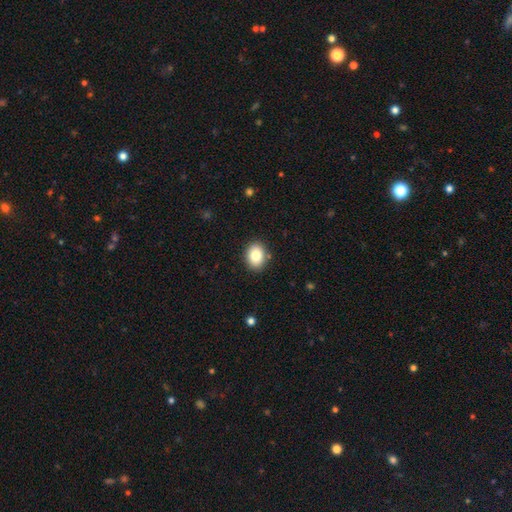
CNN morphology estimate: smooth-or-featured: smooth: 82% | featured or disk: 9% | star or artifact: 9%
  how-rounded: in between: 59% | round: 41% | cigar-shaped: 1%
  merging: none: 88% | minor disturbance: 9% | major disturbance: 2% | merger: 2%